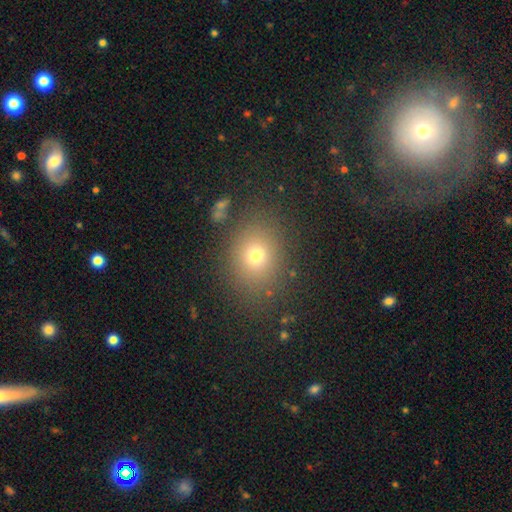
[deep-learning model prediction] This is likely a smooth galaxy (71%). How rounded: possibly round (52%). Merging: clearly none (83%).